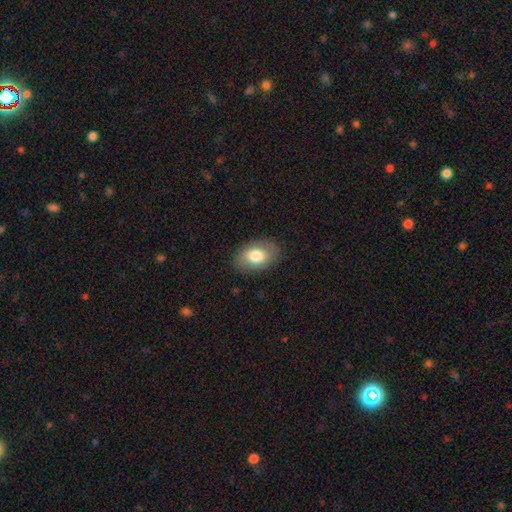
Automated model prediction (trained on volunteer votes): A smooth galaxy with no disk features (77%) that is in between round and cigar-shaped (86%).

Vote fractions:
- Smooth or featured? smooth: 77% / featured or disk: 16% / star or artifact: 7%
- How rounded? in between: 86% / round: 13% / cigar-shaped: 1%
- Merging? none: 85% / minor disturbance: 11% / major disturbance: 3% / merger: 1%